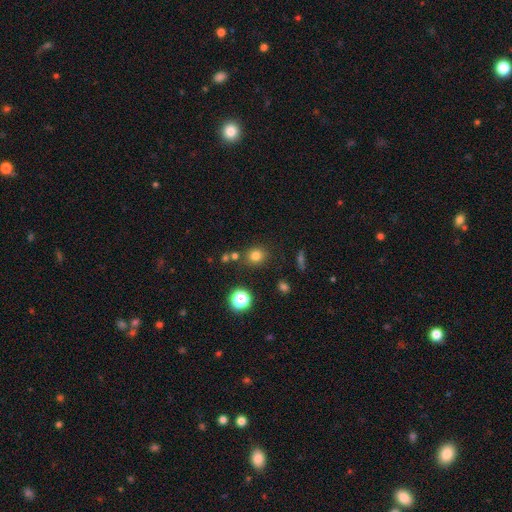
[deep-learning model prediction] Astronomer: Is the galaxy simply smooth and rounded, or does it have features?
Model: smooth — 77%.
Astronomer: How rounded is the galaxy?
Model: round — 83%.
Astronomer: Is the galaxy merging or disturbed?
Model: none — 80%.